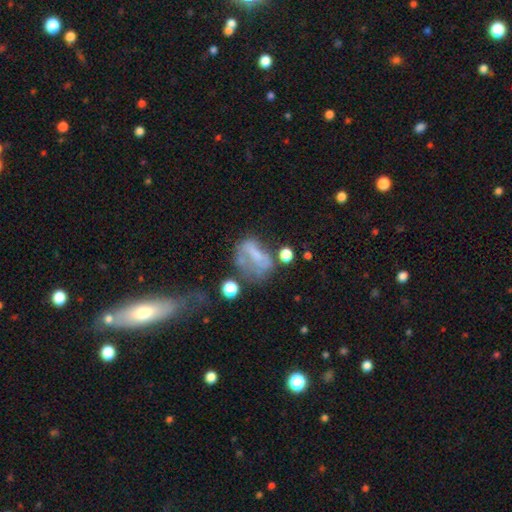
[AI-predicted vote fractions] smooth_or_featured: featured or disk (p=0.43) [alt: smooth p=0.40]
merging: major disturbance (p=0.36) [alt: none p=0.25]